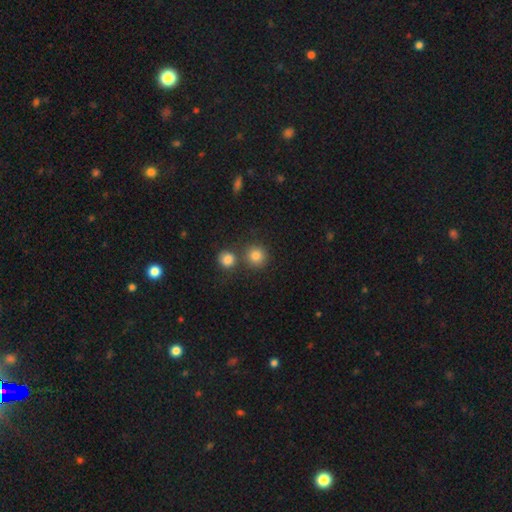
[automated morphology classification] smooth_or_featured: smooth (p=0.81) [alt: star or artifact p=0.12]
how_rounded: round (p=0.90) [alt: in between p=0.09]
merging: none (p=0.68) [alt: merger p=0.20]